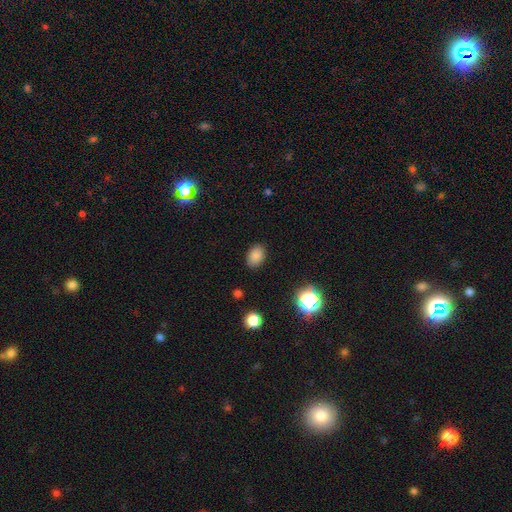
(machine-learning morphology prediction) type=smooth (83%); roundness=in between (77%); merging=none (85%).